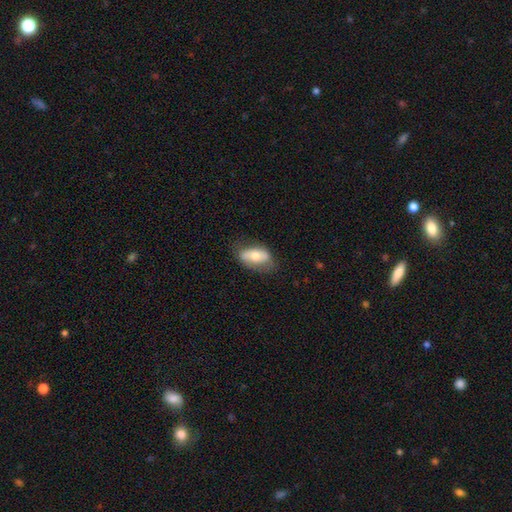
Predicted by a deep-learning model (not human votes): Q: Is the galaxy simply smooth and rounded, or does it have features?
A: smooth — 57%.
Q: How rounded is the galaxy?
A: in between — 88%.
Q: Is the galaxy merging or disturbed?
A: none — 67%.